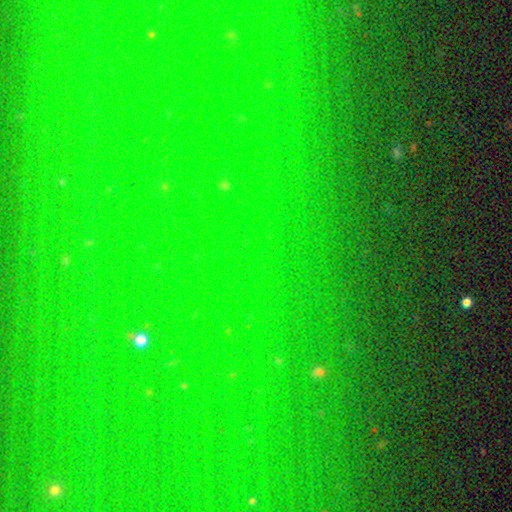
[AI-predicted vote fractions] star or artifact 78%, smooth 14%, featured or disk 8%.